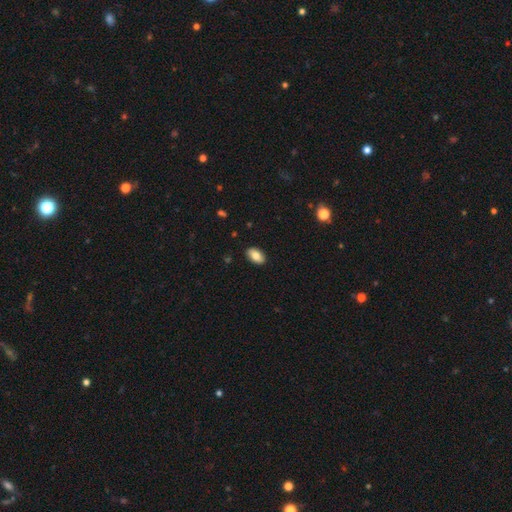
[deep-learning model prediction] Smooth or featured? Predicted: smooth (p=0.81). How rounded? Predicted: in between (p=0.93). Merging? Predicted: none (p=0.89).